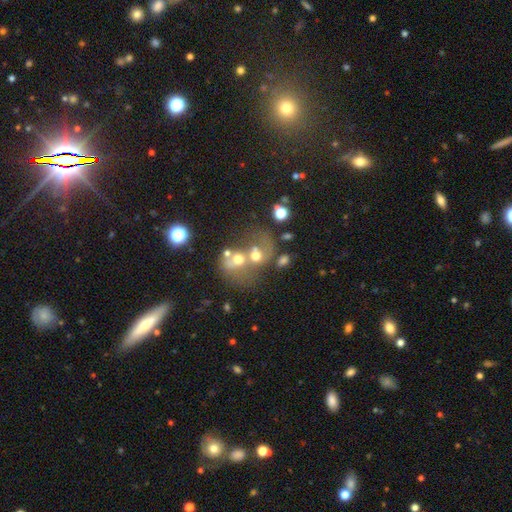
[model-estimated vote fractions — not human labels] smooth_or_featured: smooth (p=0.48) [alt: featured or disk p=0.35]
merging: merger (p=0.65) [alt: none p=0.16]